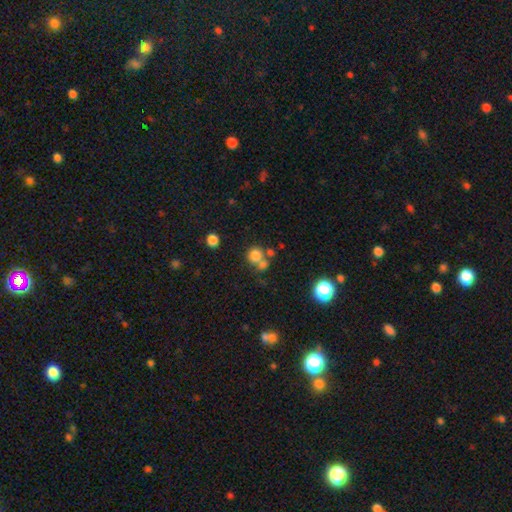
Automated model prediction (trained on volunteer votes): Smooth or featured?
  - smooth: 76% *
  - star or artifact: 15%
  - featured or disk: 10%
How rounded?
  - round: 88% *
  - in between: 11%
  - cigar-shaped: 1%
Merging?
  - none: 51% *
  - merger: 37%
  - minor disturbance: 8%
  - major disturbance: 4%